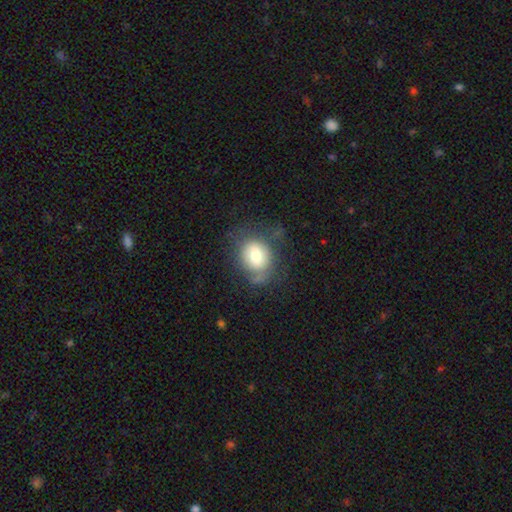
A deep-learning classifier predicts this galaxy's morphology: A smooth galaxy with no disk features (71%) that is round (59%).

Vote fractions:
- Smooth or featured? smooth: 71% / featured or disk: 20% / star or artifact: 9%
- How rounded? round: 59% / in between: 40% / cigar-shaped: 1%
- Merging? none: 58% / minor disturbance: 25% / major disturbance: 14% / merger: 4%